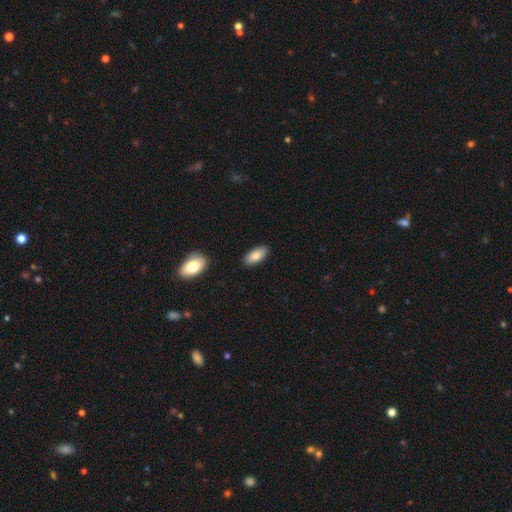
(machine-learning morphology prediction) Smooth or featured? smooth (84%)
How rounded? in between (89%)
Merging? none (87%)